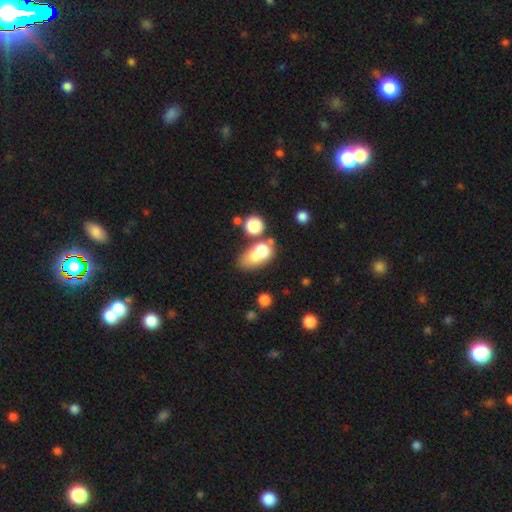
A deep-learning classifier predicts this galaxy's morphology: The model was most divided on "merging": merger: 54%, none: 27%, minor disturbance: 11%, major disturbance: 9%. More confident: how rounded — in between (67%); smooth or featured — smooth (65%).